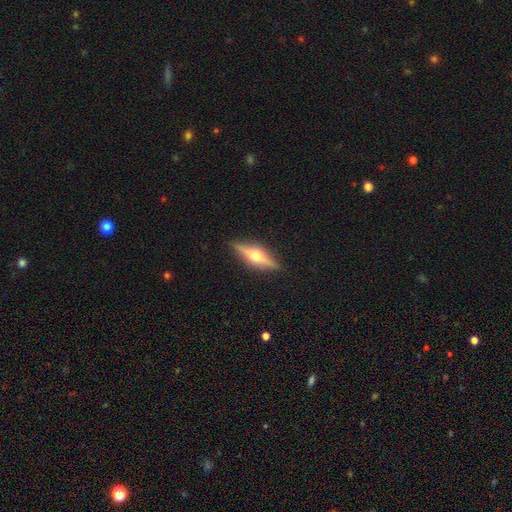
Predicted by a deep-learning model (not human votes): The model was most divided on "smooth or featured": featured or disk: 71%, smooth: 23%, star or artifact: 6%. More confident: edge-on disk — yes (96%); edge-on bulge — rounded (93%); merging — none (89%).